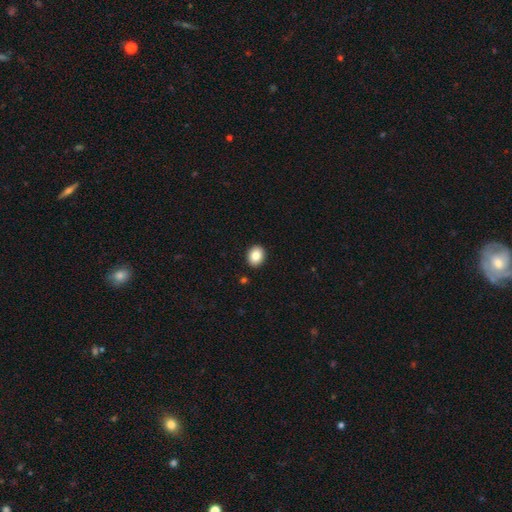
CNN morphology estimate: Smooth or featured? smooth (85%)
How rounded? round (52%)
Merging? none (91%)